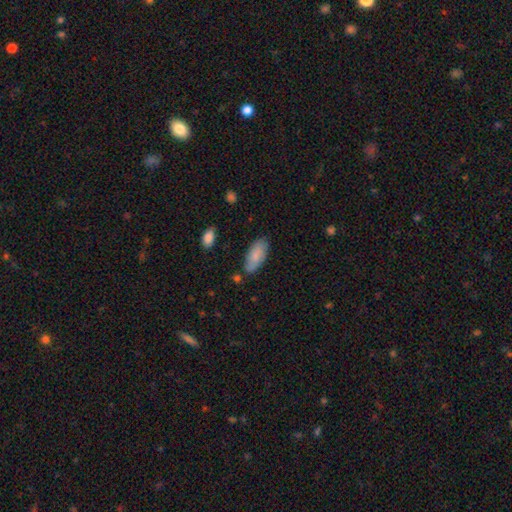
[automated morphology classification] This is clearly a smooth galaxy (80%). How rounded: clearly in between (88%). Merging: likely none (76%).